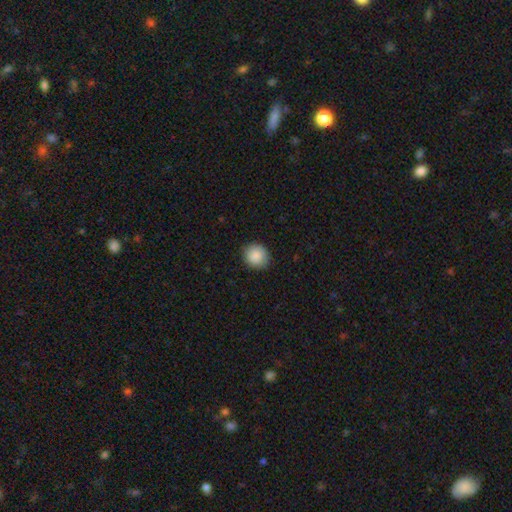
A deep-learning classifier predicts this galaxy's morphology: smooth_or_featured: smooth (p=0.88) [alt: star or artifact p=0.08]
how_rounded: round (p=0.89) [alt: in between p=0.10]
merging: none (p=0.89) [alt: minor disturbance p=0.08]